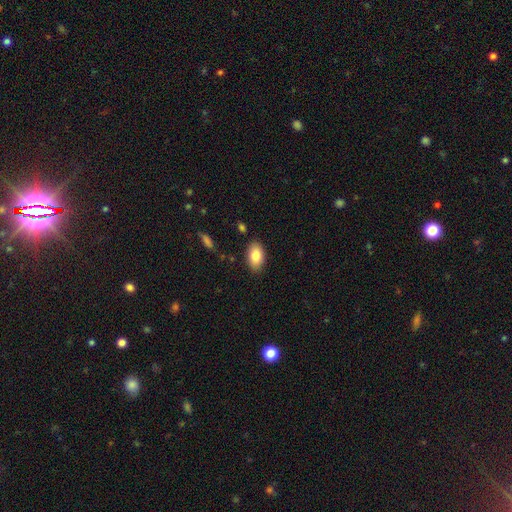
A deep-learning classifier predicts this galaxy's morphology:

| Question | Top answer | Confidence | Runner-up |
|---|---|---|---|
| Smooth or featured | smooth | 83% | featured or disk (10%) |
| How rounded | in between | 93% | round (5%) |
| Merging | none | 85% | minor disturbance (11%) |